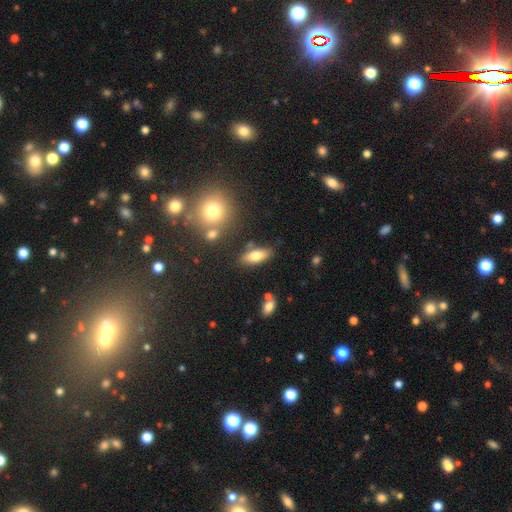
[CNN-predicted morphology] smooth_or_featured: smooth (p=0.75) [alt: featured or disk p=0.17]
how_rounded: in between (p=0.76) [alt: cigar-shaped p=0.21]
merging: none (p=0.77) [alt: minor disturbance p=0.13]